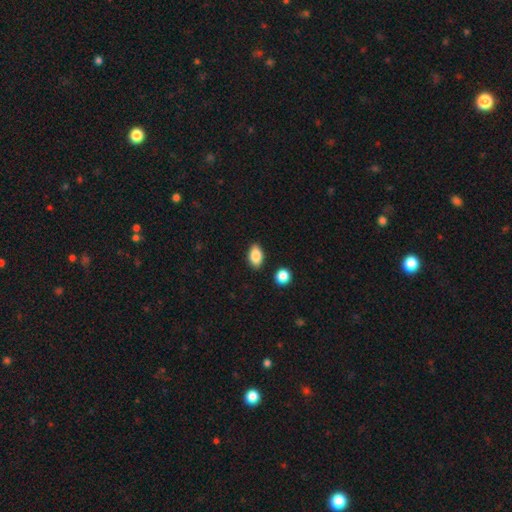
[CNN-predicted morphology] Q: Smooth or featured?
A: smooth (86%); runner-up: star or artifact (8%)
Q: How rounded?
A: in between (90%); runner-up: round (8%)
Q: Merging?
A: none (86%); runner-up: minor disturbance (9%)